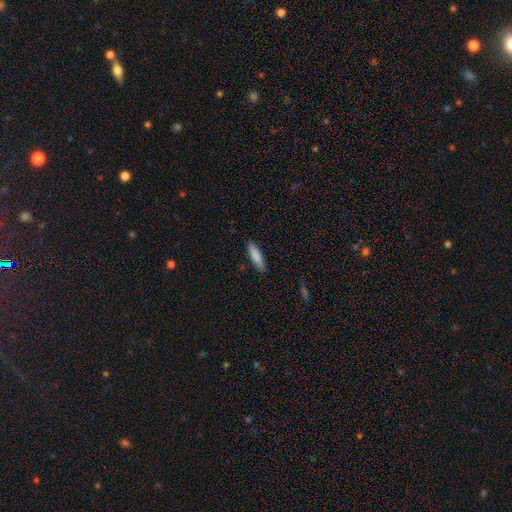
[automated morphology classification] A smooth galaxy with no disk features (85%) that is cigar-shaped (73%).

Vote fractions:
- Smooth or featured? smooth: 85% / featured or disk: 9% / star or artifact: 6%
- How rounded? cigar-shaped: 73% / in between: 26% / round: 1%
- Merging? none: 87% / minor disturbance: 10% / major disturbance: 2% / merger: 1%